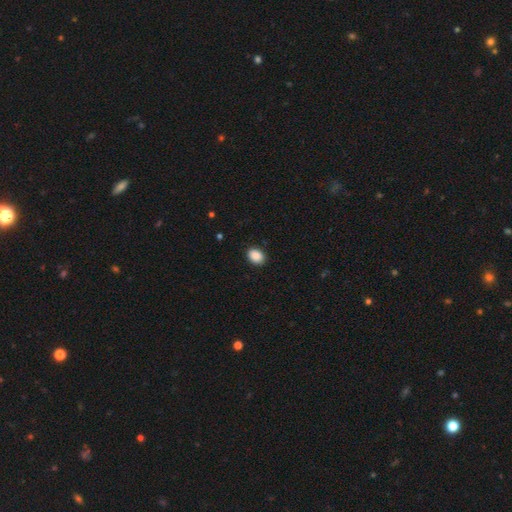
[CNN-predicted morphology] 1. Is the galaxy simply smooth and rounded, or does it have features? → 90% smooth, 8% star or artifact, 2% featured or disk.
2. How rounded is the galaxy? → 65% in between, 34% round, 1% cigar-shaped.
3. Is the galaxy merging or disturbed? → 89% none, 8% minor disturbance, 2% major disturbance, 1% merger.